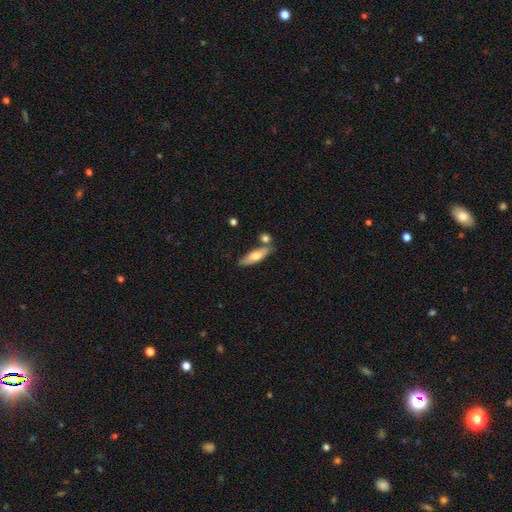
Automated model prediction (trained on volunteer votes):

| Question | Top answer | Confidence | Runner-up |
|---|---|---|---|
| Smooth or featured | smooth | 66% | featured or disk (28%) |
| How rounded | cigar-shaped | 53% | in between (44%) |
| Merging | none | 68% | merger (15%) |